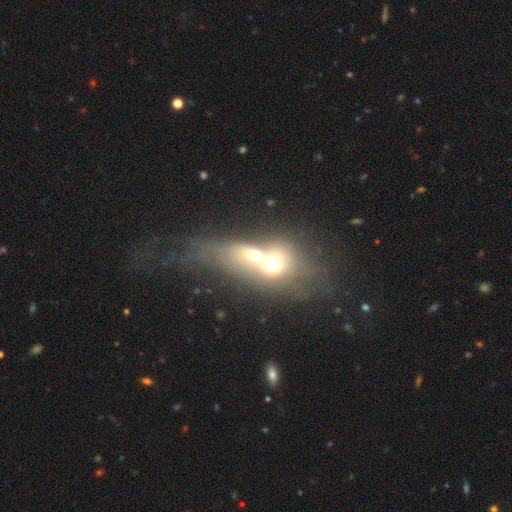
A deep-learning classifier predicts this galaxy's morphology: The model was most divided on "smooth or featured": featured or disk: 42%, smooth: 39%, star or artifact: 20%. More confident: merging — merger (71%).